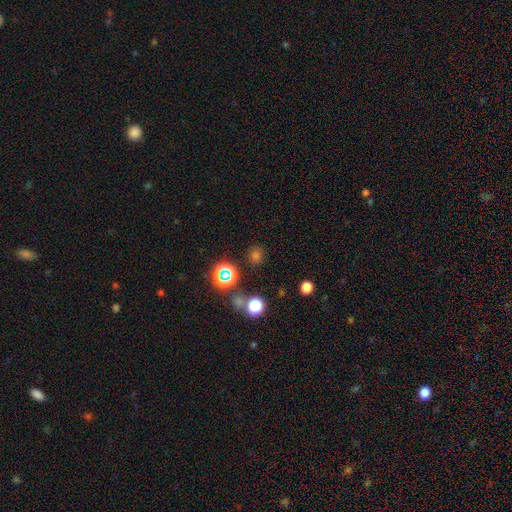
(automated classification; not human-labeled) smooth_or_featured: smooth (p=0.53) [alt: star or artifact p=0.41]
how_rounded: round (p=0.88) [alt: in between p=0.10]
merging: none (p=0.84) [alt: minor disturbance p=0.08]